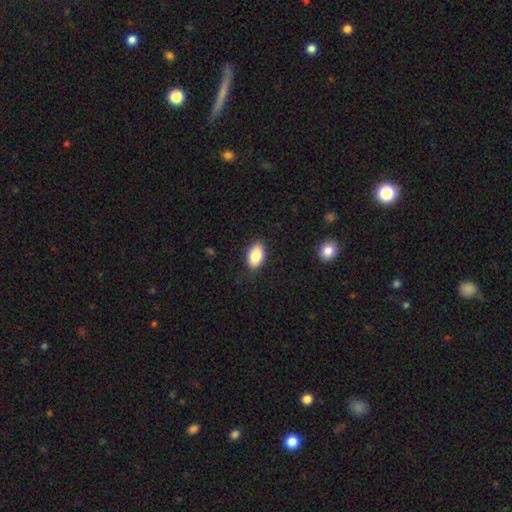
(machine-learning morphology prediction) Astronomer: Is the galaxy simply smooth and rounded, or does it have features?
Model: smooth — 85%.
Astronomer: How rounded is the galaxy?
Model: in between — 91%.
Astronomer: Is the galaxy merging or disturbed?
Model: none — 85%.